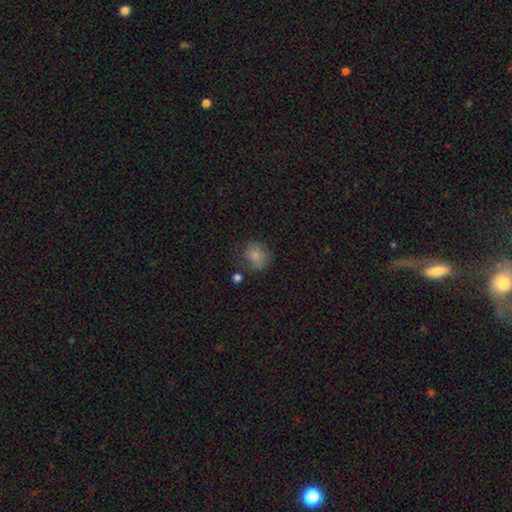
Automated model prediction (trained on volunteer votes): A smooth galaxy with no disk features (81%) that is round (69%).

Vote fractions:
- Smooth or featured? smooth: 81% / star or artifact: 10% / featured or disk: 9%
- How rounded? round: 69% / in between: 30% / cigar-shaped: 1%
- Merging? none: 63% / minor disturbance: 23% / major disturbance: 9% / merger: 5%